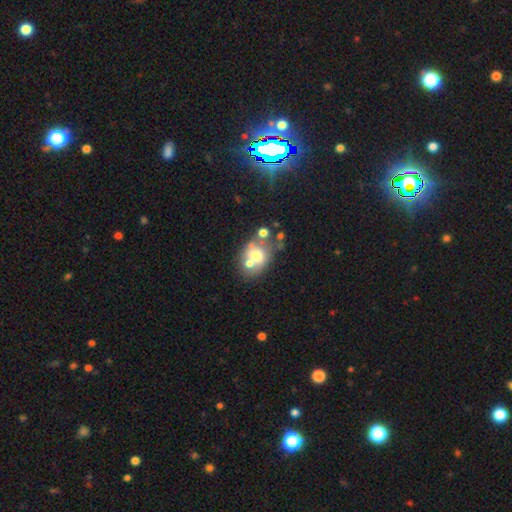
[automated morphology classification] Smooth or featured: smooth — 54% (featured or disk — 34%)
How rounded: round — 50% (in between — 49%)
Merging: none — 43% (merger — 36%)